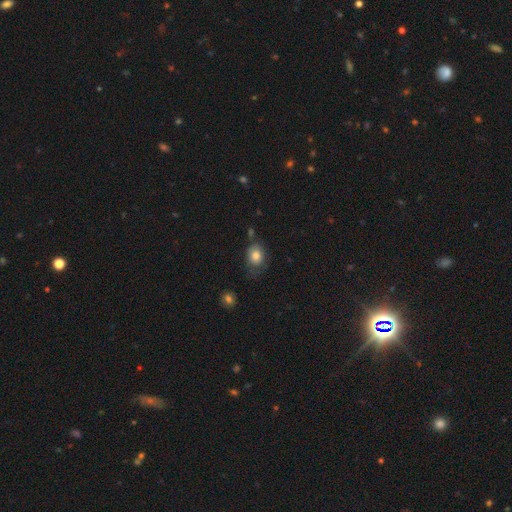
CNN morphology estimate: smooth-or-featured: smooth: 78% | featured or disk: 13% | star or artifact: 9%
  how-rounded: in between: 59% | round: 40% | cigar-shaped: 1%
  merging: none: 52% | minor disturbance: 29% | major disturbance: 13% | merger: 5%